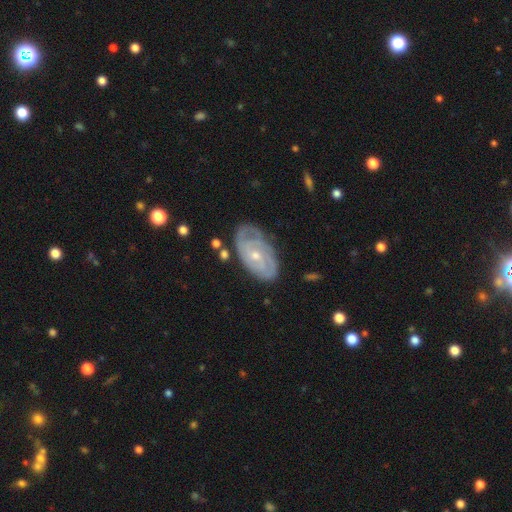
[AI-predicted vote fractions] The model was most divided on "spiral arm count": 2: 34%, can't tell: 32%, 3: 19%, 4: 7%, 1: 5%, more than 4: 4%. More confident: edge-on disk — no (95%); spiral arms — yes (94%); smooth or featured — featured or disk (83%); merging — none (73%); spiral winding — tight (72%); bar — no (66%); bulge size — small (60%).